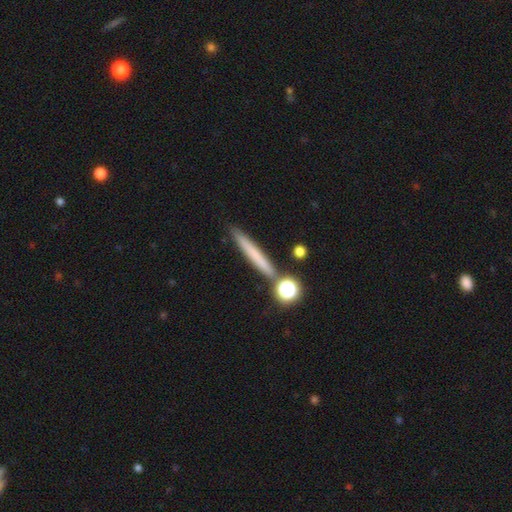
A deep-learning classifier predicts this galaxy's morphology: Smooth or featured? smooth (61%)
How rounded? cigar-shaped (93%)
Merging? none (79%)